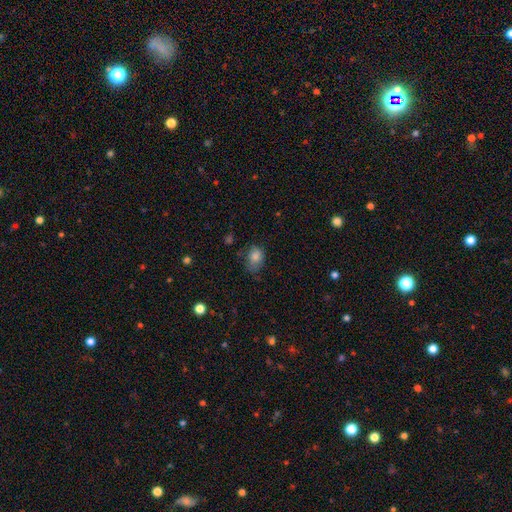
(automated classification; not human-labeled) Overall: smooth (82%). How rounded: in between (68%; round 31%). Merging: none (51%; minor disturbance 34%).